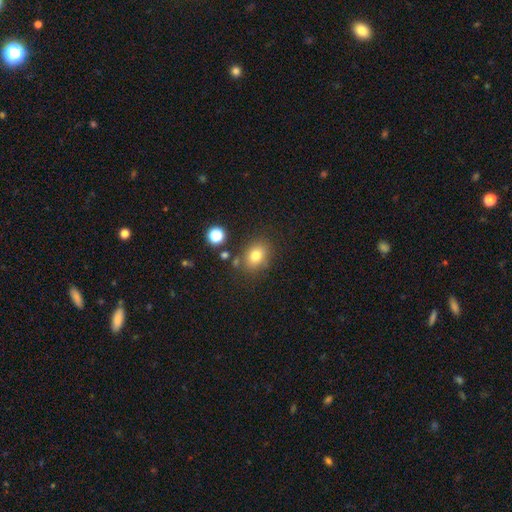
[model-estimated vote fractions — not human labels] This appears to be a smooth galaxy with no disk features (78%) that is in between round and cigar-shaped (61%). Merging: none (76%).